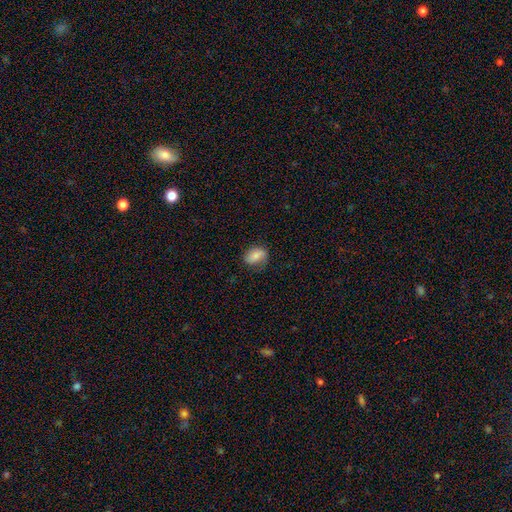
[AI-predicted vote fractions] smooth-or-featured: smooth: 66% | featured or disk: 25% | star or artifact: 8%
  how-rounded: in between: 73% | round: 25% | cigar-shaped: 2%
  merging: none: 65% | minor disturbance: 24% | major disturbance: 9% | merger: 1%